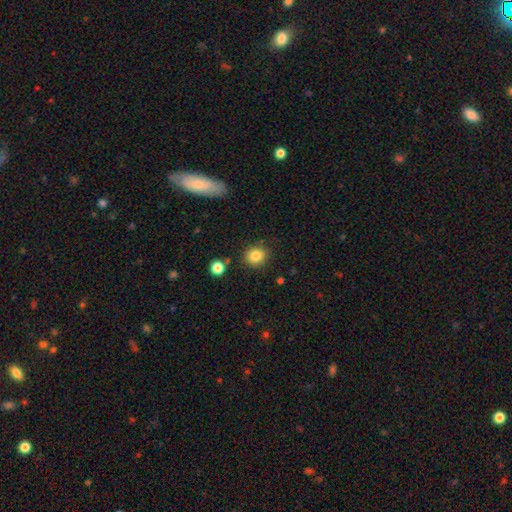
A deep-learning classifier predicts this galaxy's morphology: smooth-or-featured: smooth: 84% | star or artifact: 11% | featured or disk: 6%
  how-rounded: round: 79% | in between: 20% | cigar-shaped: 1%
  merging: none: 84% | minor disturbance: 10% | merger: 3% | major disturbance: 3%